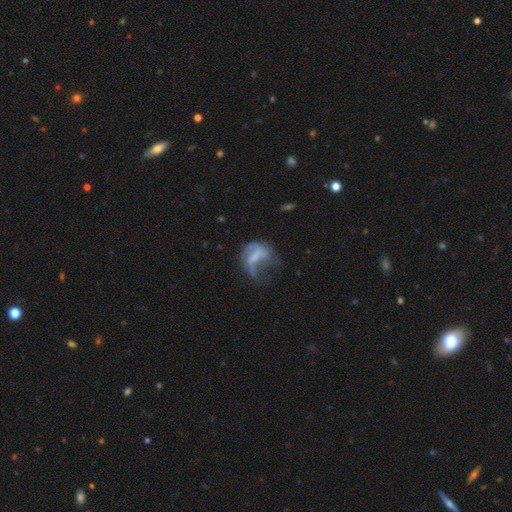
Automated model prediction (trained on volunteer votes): Smooth or featured: featured or disk — 58% (smooth — 31%)
Edge-on disk: no — 97% (yes — 3%)
Bar: no — 45% (weak — 37%)
Spiral arms: yes — 52% (no — 48%)
Bulge size: none — 49% (small — 24%)
Merging: major disturbance — 51% (none — 24%)